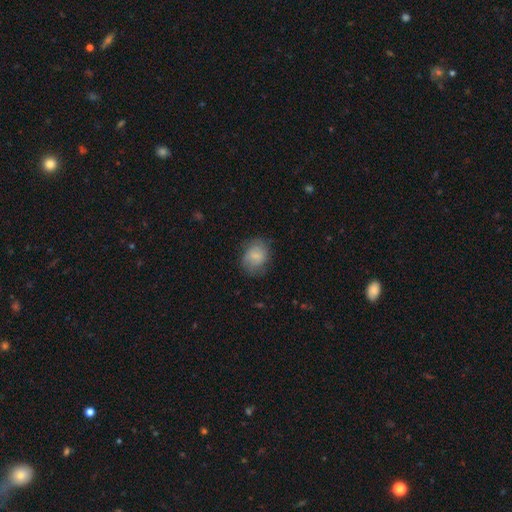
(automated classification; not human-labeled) smooth 76%, featured or disk 16%, star or artifact 8%. Down the decision tree: how rounded — in between (55%); merging — none (69%).